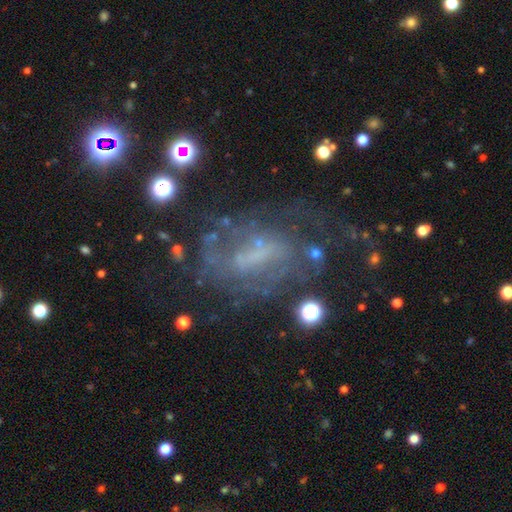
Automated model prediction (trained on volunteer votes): Overall: featured or disk (67%). Edge-on disk: no (95%). Bar: weak (40%; no 38%). Spiral arms: yes (64%; no 36%). Bulge size: none (48%; small 30%). Merging: none (48%; major disturbance 28%).